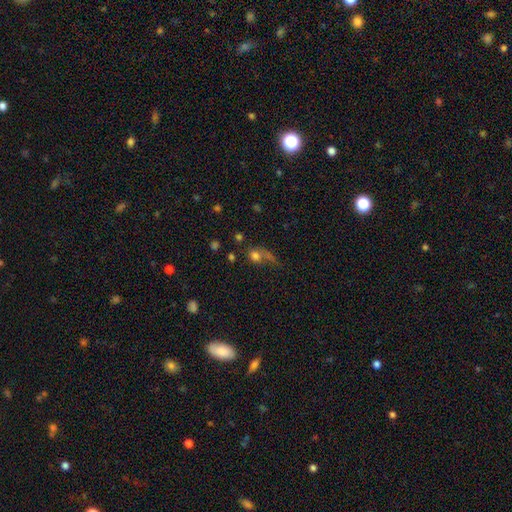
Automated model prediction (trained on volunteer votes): Morphology: type=smooth (69%); roundness=round (63%); merging=none (34%).